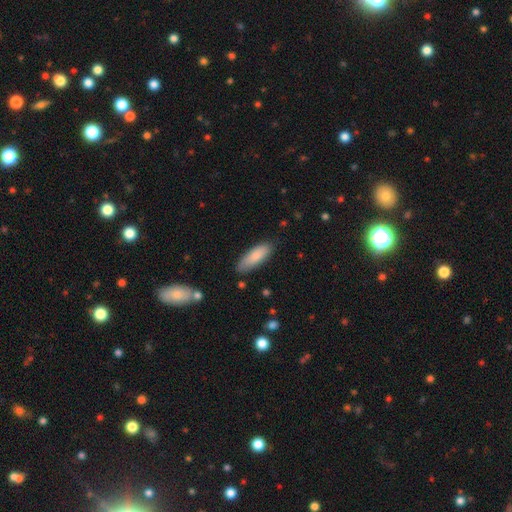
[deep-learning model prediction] Smooth or featured? smooth (84%)
How rounded? in between (58%)
Merging? none (80%)